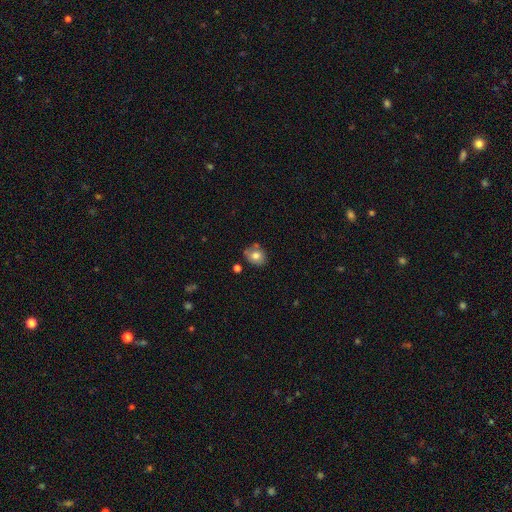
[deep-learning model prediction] Smooth or featured? Predicted: smooth (p=0.76). How rounded? Predicted: round (p=0.60). Merging? Predicted: none (p=0.69).